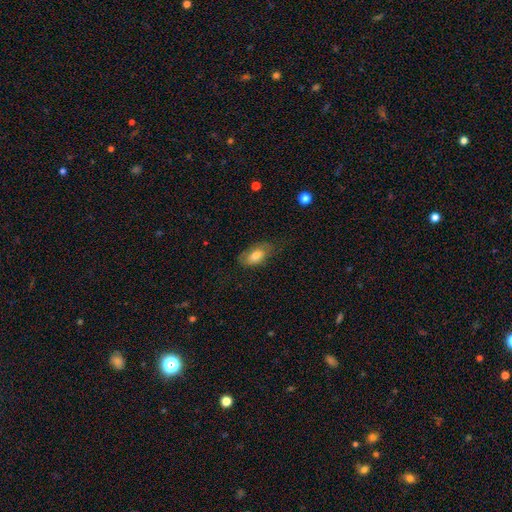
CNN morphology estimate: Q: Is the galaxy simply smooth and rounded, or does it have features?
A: smooth — 74%.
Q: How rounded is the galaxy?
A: in between — 90%.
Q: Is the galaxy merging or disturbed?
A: none — 54%.